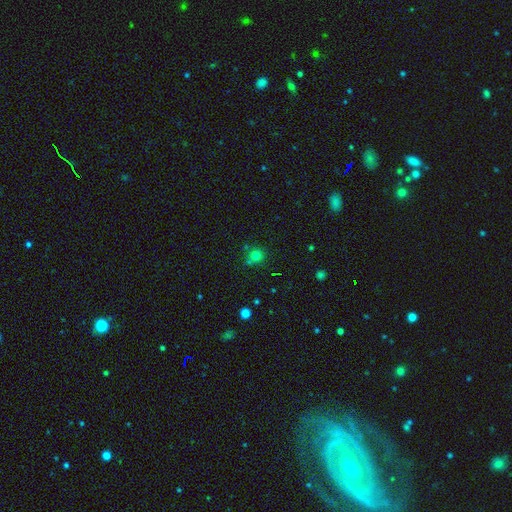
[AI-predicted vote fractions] smooth-or-featured: smooth: 73% | star or artifact: 19% | featured or disk: 7%
  how-rounded: round: 90% | in between: 9% | cigar-shaped: 1%
  merging: none: 71% | merger: 16% | minor disturbance: 10% | major disturbance: 3%